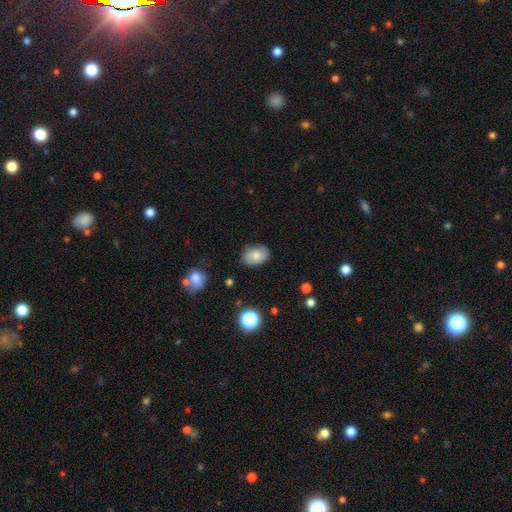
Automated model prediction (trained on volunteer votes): Smooth or featured? Predicted: smooth (p=0.73). How rounded? Predicted: in between (p=0.84). Merging? Predicted: none (p=0.77).